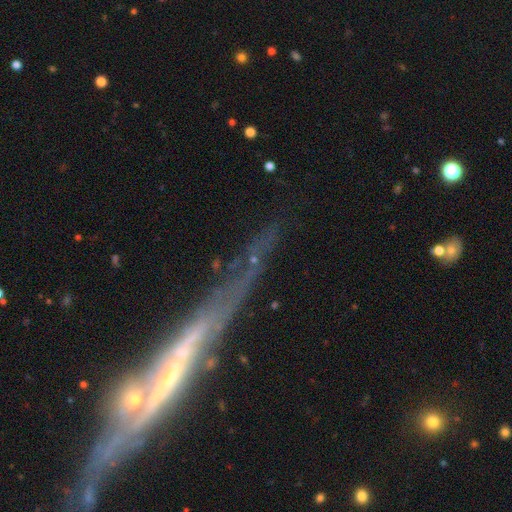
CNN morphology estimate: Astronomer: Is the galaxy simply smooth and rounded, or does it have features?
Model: featured or disk — 66%.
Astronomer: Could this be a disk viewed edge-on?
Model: yes — 72%.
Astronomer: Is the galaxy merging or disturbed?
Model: none — 51%.